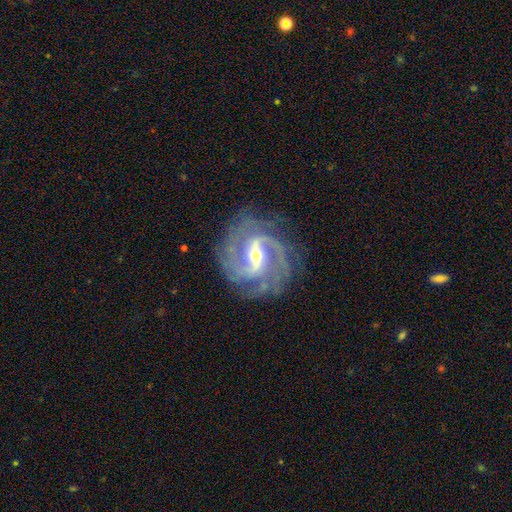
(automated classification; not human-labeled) The model was most divided on "bulge size": moderate: 50%, small: 46%, large: 2%, none: 1%, dominant: 1%. Remaining: spiral arms — yes (98%); edge-on disk — no (97%); smooth or featured — featured or disk (91%); merging — none (78%); spiral arm count — 2 (54%); spiral winding — medium (47%); bar — strong (47%).